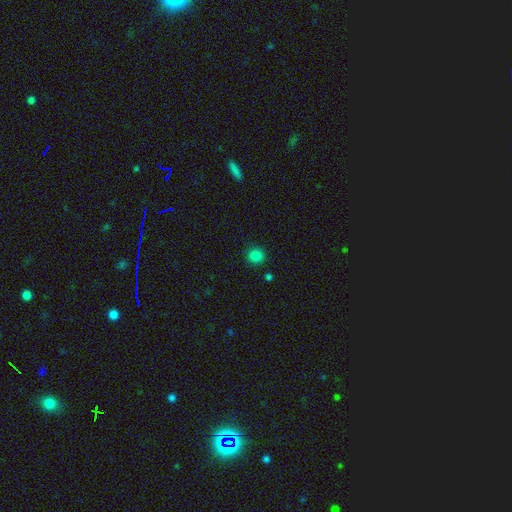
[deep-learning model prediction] Smooth or featured? Predicted: smooth (p=0.83). How rounded? Predicted: round (p=0.92). Merging? Predicted: none (p=0.89).